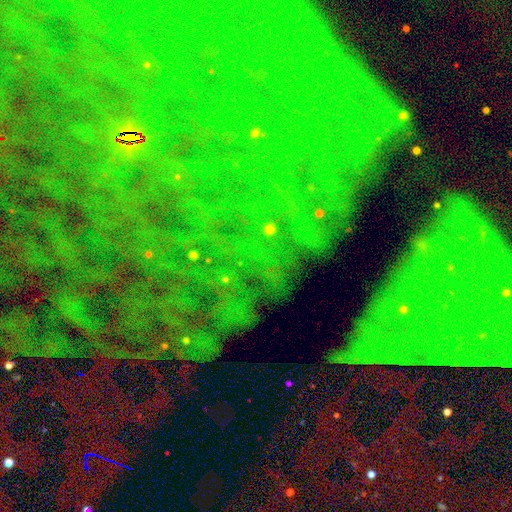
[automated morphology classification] Q: Smooth or featured?
A: star or artifact (83%); runner-up: featured or disk (9%)